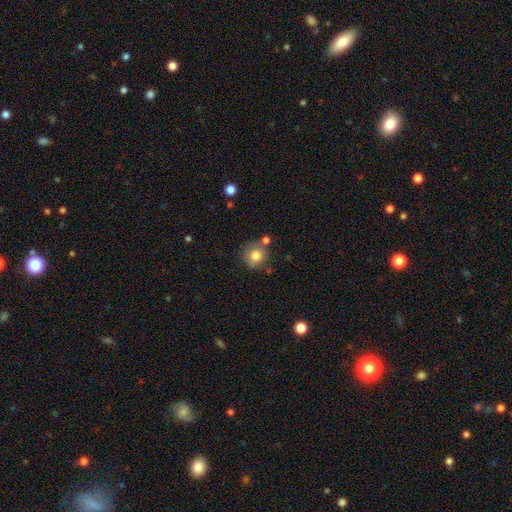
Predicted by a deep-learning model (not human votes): smooth_or_featured: smooth (p=0.80) [alt: star or artifact p=0.10]
how_rounded: round (p=0.88) [alt: in between p=0.11]
merging: none (p=0.70) [alt: minor disturbance p=0.14]